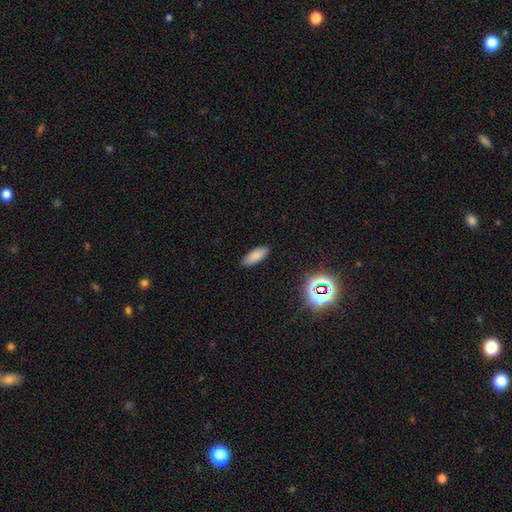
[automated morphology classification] smooth-or-featured: smooth: 83% | star or artifact: 11% | featured or disk: 6%
  how-rounded: in between: 74% | cigar-shaped: 24% | round: 2%
  merging: none: 87% | minor disturbance: 10% | major disturbance: 2% | merger: 1%